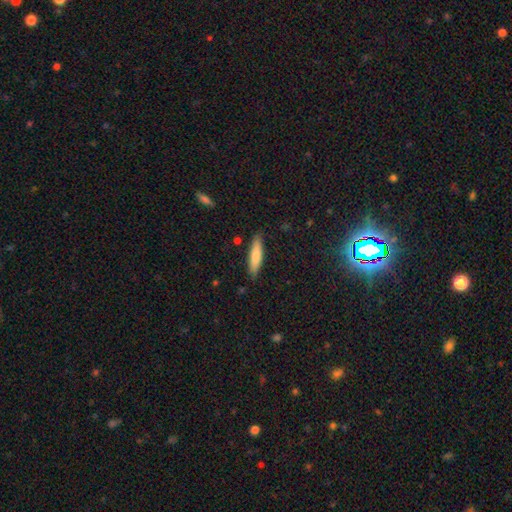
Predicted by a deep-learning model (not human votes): The model was most divided on "how rounded": cigar-shaped: 76%, in between: 23%, round: 1%. More confident: merging — none (85%); smooth or featured — smooth (76%).